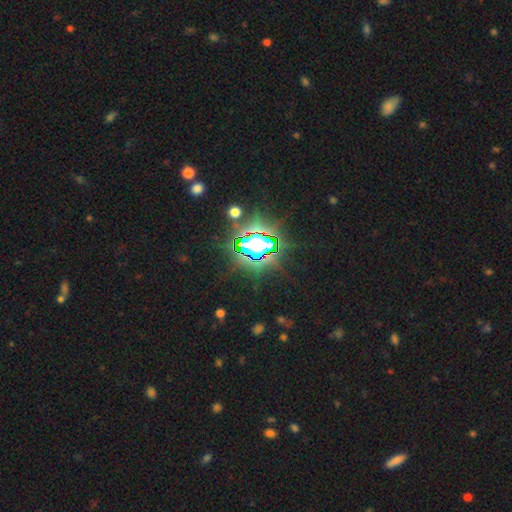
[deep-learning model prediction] The model was most divided on "smooth or featured": star or artifact: 82%, smooth: 11%, featured or disk: 7%.